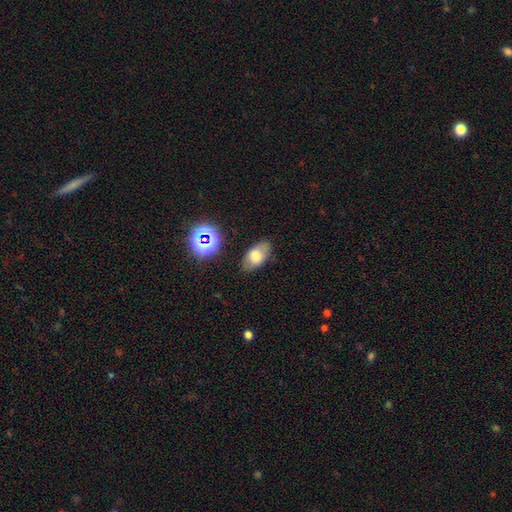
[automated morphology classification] A smooth galaxy with no disk features (68%) that is in between round and cigar-shaped (91%).

Vote fractions:
- Smooth or featured? smooth: 68% / featured or disk: 21% / star or artifact: 11%
- How rounded? in between: 91% / round: 6% / cigar-shaped: 3%
- Merging? none: 81% / minor disturbance: 14% / major disturbance: 4% / merger: 2%